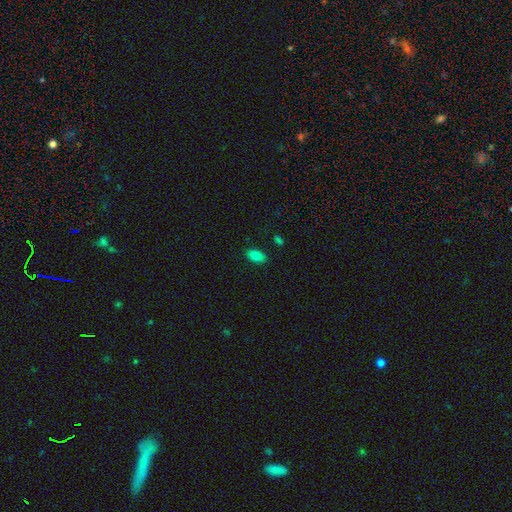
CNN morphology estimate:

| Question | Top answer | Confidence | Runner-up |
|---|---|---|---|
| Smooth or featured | smooth | 81% | featured or disk (10%) |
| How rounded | in between | 91% | round (6%) |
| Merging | none | 87% | minor disturbance (10%) |